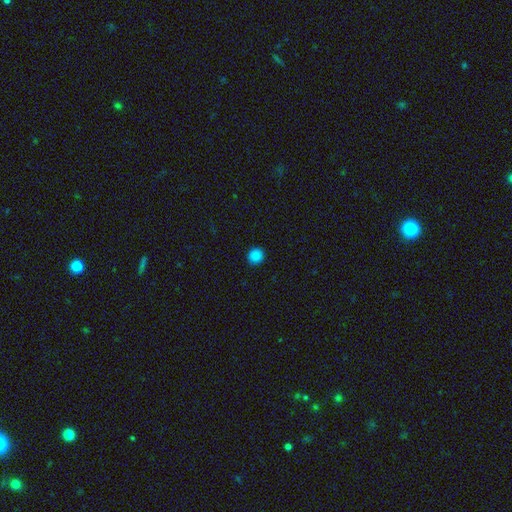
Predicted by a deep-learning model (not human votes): Smooth or featured? Predicted: smooth (p=0.86). How rounded? Predicted: round (p=0.91). Merging? Predicted: none (p=0.92).